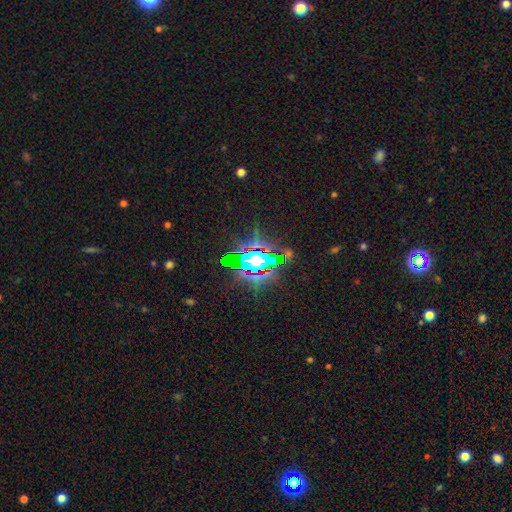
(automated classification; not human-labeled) Smooth or featured? Predicted: star or artifact (p=0.76).